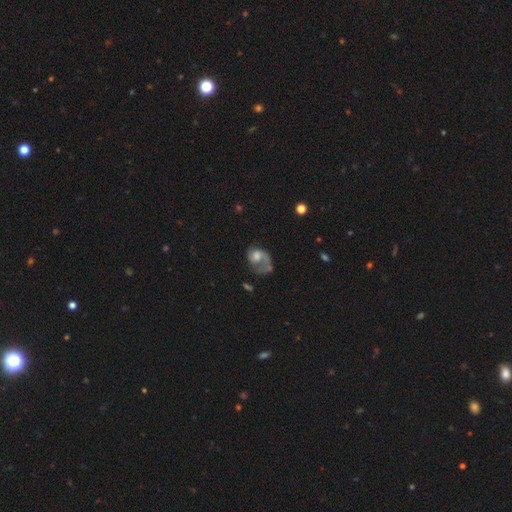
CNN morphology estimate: The model was most divided on "merging" (2-way tie): none: 37%, major disturbance: 37%, minor disturbance: 18%, merger: 9%. Remaining: edge-on disk — no (97%); bar — no (84%); spiral arms — yes (60%); smooth or featured — featured or disk (57%); bulge size — moderate (45%).